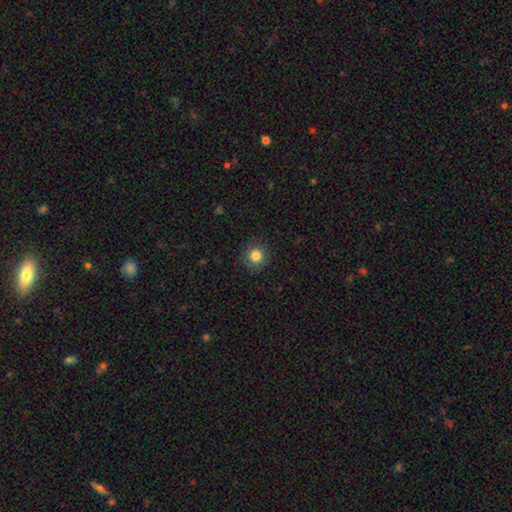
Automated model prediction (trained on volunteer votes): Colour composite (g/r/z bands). It shows a smooth galaxy with no disk features (83%) that is round (92%). Merging: none (89%).